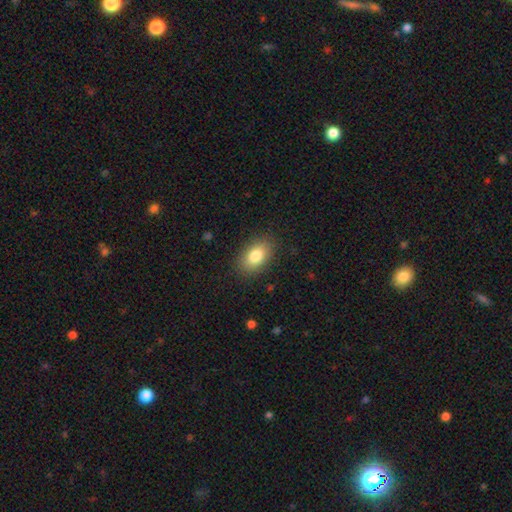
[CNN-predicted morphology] A smooth galaxy with no disk features (83%) that is in between round and cigar-shaped (89%). Merging: none (87%).